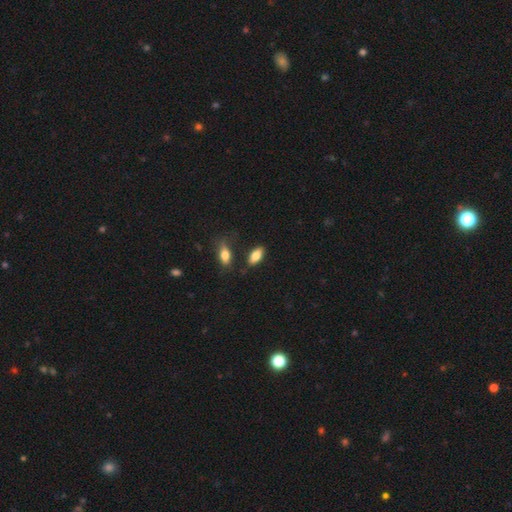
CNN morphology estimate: Smooth or featured? Predicted: smooth (p=0.81). How rounded? Predicted: in between (p=0.87). Merging? Predicted: none (p=0.77).